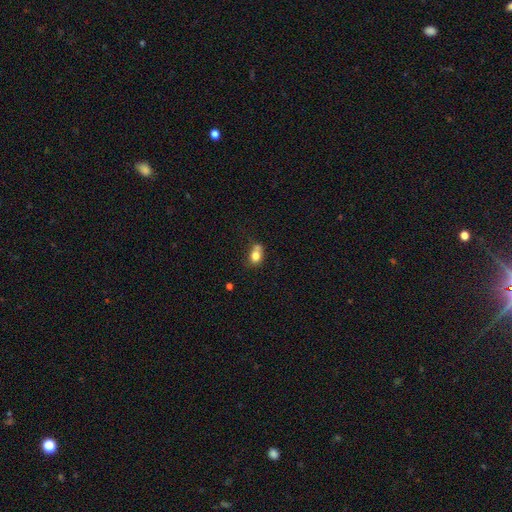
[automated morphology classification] Overall: smooth (77%). How rounded: in between (55%; round 43%). Merging: none (39%; merger 31%).